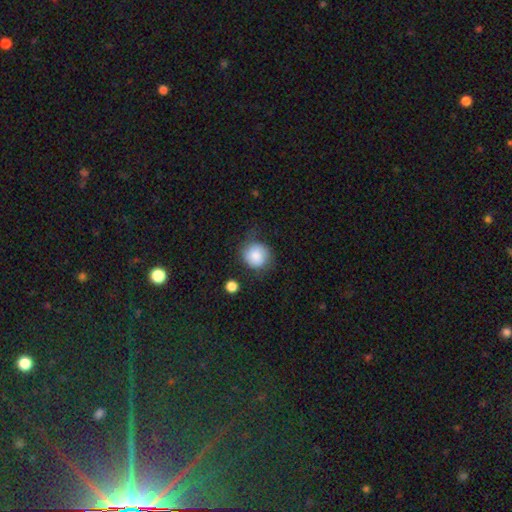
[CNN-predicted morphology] Q: Smooth or featured?
A: smooth (79%); runner-up: featured or disk (13%)
Q: How rounded?
A: round (86%); runner-up: in between (13%)
Q: Merging?
A: none (61%); runner-up: minor disturbance (25%)